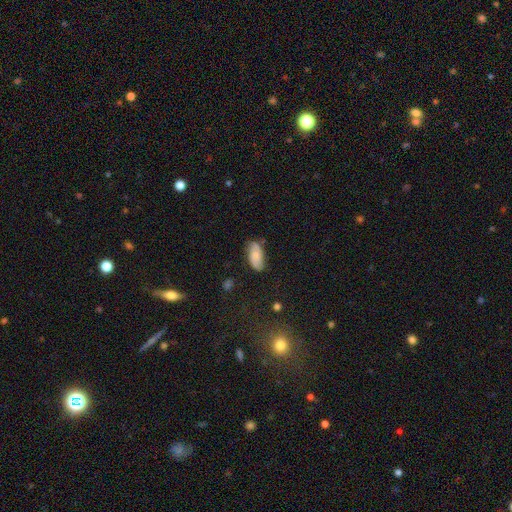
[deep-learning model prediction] This is likely a smooth galaxy (64%). How rounded: clearly in between (90%). Merging: likely none (70%).